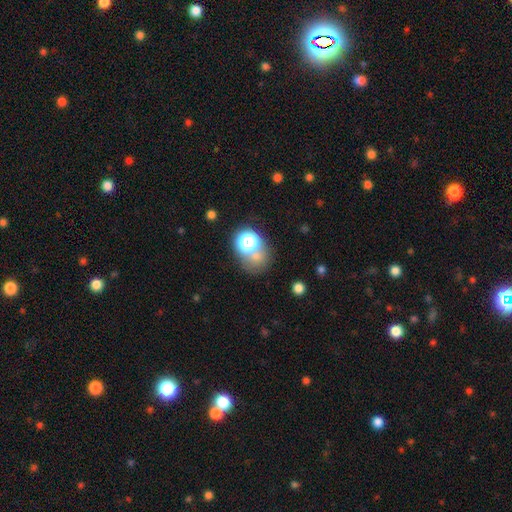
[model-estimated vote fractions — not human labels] Smooth or featured? smooth (51%)
How rounded? round (64%)
Merging? none (56%)